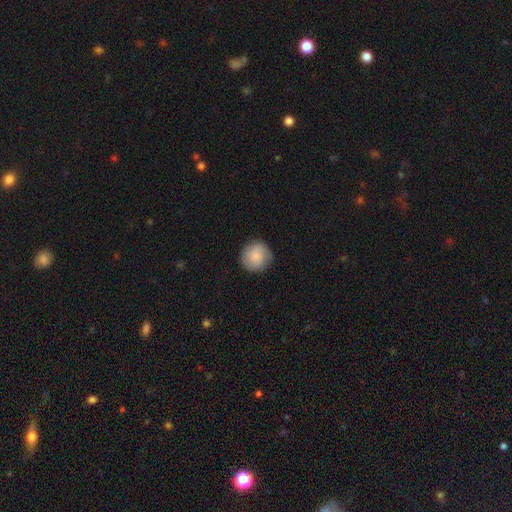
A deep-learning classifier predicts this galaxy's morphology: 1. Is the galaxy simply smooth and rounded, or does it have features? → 80% smooth, 13% featured or disk, 7% star or artifact.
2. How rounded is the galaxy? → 93% round, 6% in between, 1% cigar-shaped.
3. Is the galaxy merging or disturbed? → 85% none, 11% minor disturbance, 3% major disturbance, 1% merger.